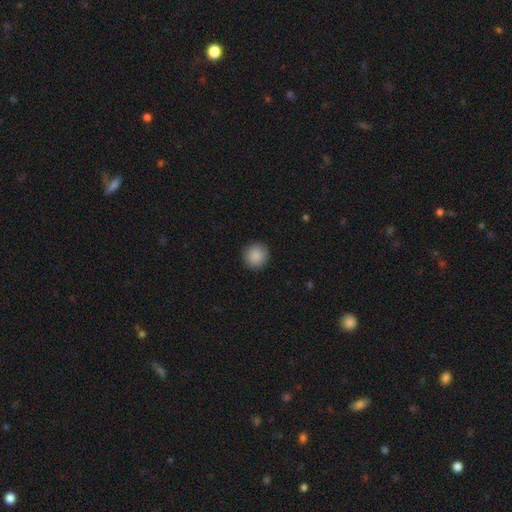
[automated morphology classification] smooth-or-featured: smooth: 89% | star or artifact: 8% | featured or disk: 3%
  how-rounded: round: 95% | in between: 5% | cigar-shaped: 1%
  merging: none: 92% | minor disturbance: 5% | major disturbance: 2% | merger: 1%